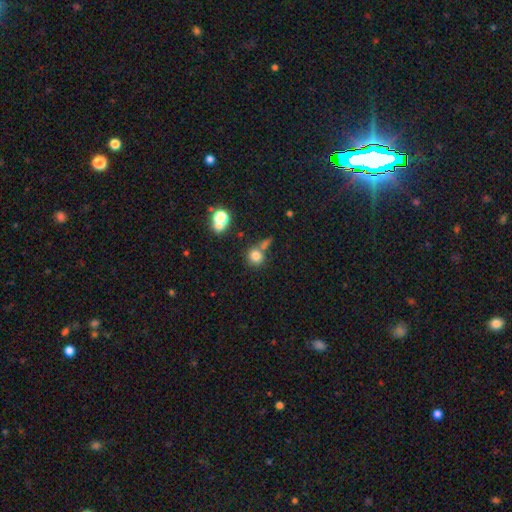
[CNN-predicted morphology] This is likely a smooth galaxy (78%). How rounded: clearly round (86%). Merging: possibly none (58%).